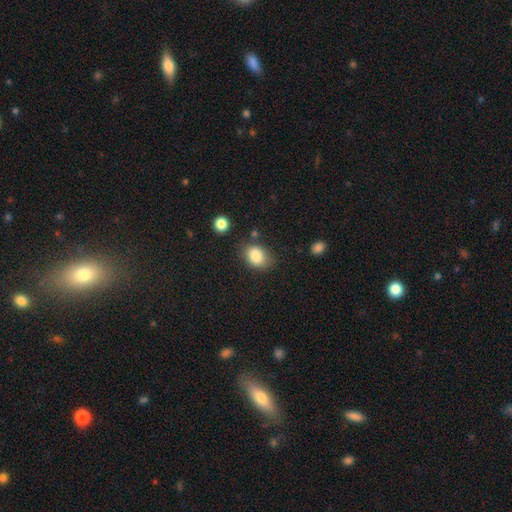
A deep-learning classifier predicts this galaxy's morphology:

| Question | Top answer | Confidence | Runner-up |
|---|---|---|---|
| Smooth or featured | smooth | 85% | star or artifact (9%) |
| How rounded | in between | 63% | round (36%) |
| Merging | none | 69% | minor disturbance (21%) |